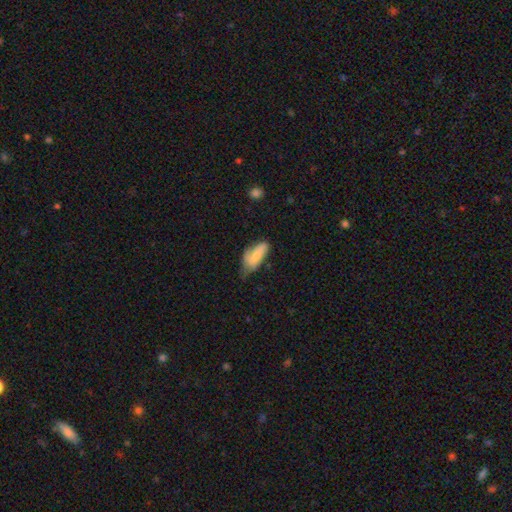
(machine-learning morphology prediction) Smooth or featured: smooth — 73% (featured or disk — 20%)
How rounded: in between — 83% (cigar-shaped — 15%)
Merging: minor disturbance — 46% (none — 33%)